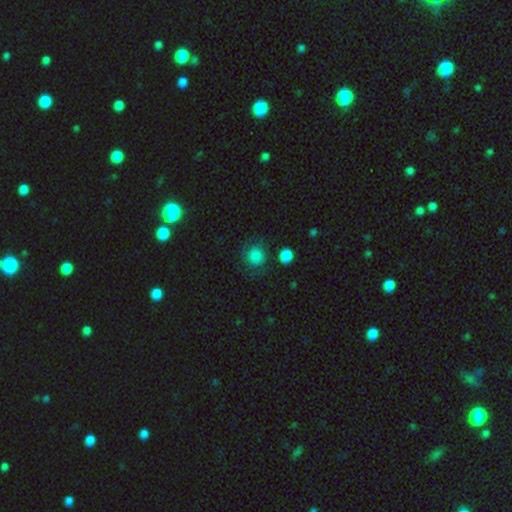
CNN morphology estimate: The model was most divided on "smooth or featured": smooth: 68%, featured or disk: 20%, star or artifact: 11%. More confident: how rounded — round (86%); merging — none (67%).